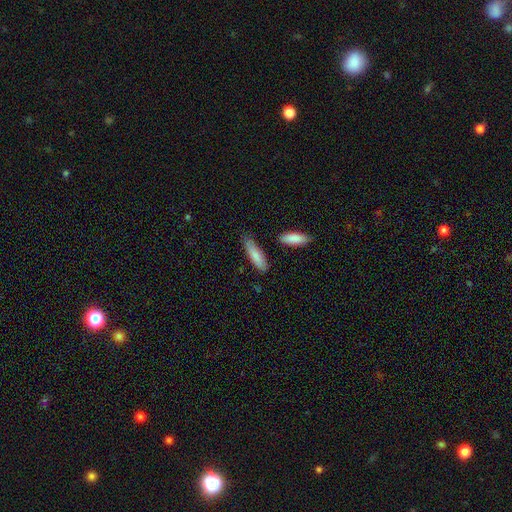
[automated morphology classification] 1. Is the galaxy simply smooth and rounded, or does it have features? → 84% smooth, 11% featured or disk, 6% star or artifact.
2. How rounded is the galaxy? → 62% cigar-shaped, 36% in between, 2% round.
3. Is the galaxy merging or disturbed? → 76% none, 17% minor disturbance, 4% merger, 3% major disturbance.